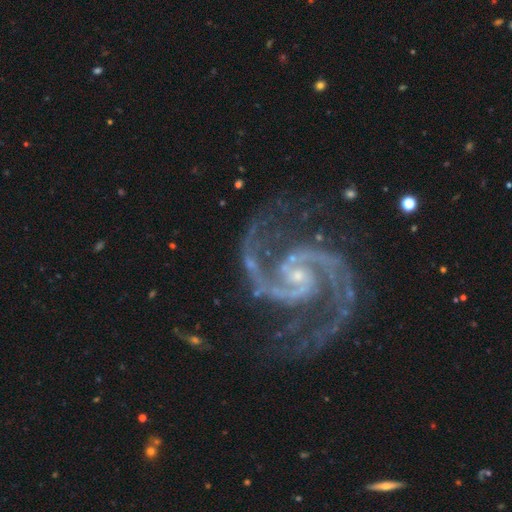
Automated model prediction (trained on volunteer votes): This appears to be a featured or disk galaxy (94%) with no bar (54%), 2 (90%) medium (66%) spiral arms (99%) and a small central bulge (75%). Merging: none (71%).